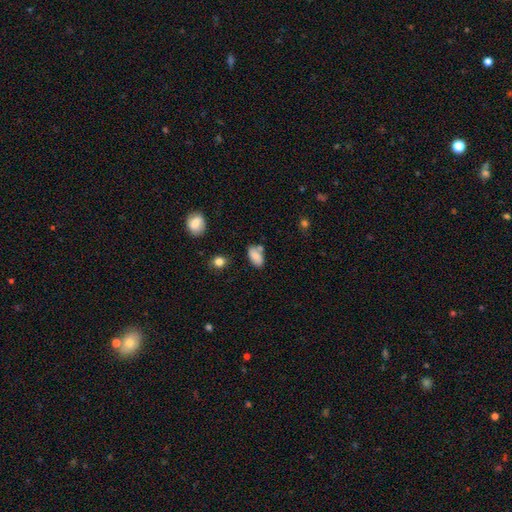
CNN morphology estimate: smooth 82%, featured or disk 9%, star or artifact 8%. Down the decision tree: how rounded — in between (91%); merging — none (61%).